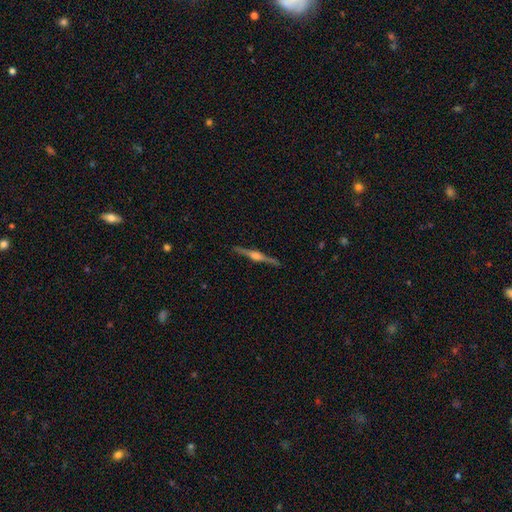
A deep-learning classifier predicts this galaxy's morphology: The model was most divided on "smooth or featured": featured or disk: 84%, smooth: 10%, star or artifact: 5%. More confident: edge-on disk — yes (98%); merging — none (91%); edge-on bulge — rounded (87%).